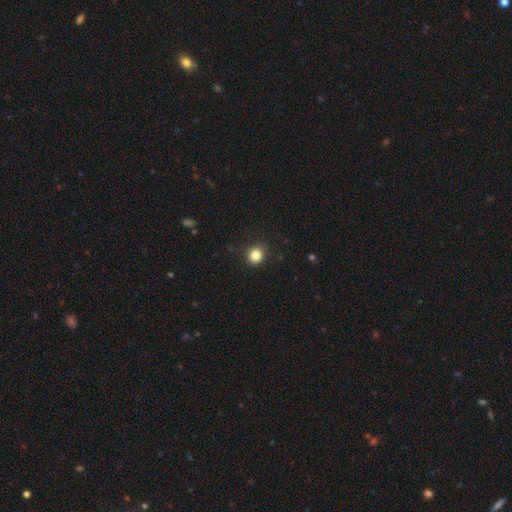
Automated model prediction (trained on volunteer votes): Q: Smooth or featured?
A: smooth (84%); runner-up: star or artifact (12%)
Q: How rounded?
A: round (89%); runner-up: in between (10%)
Q: Merging?
A: none (89%); runner-up: minor disturbance (8%)